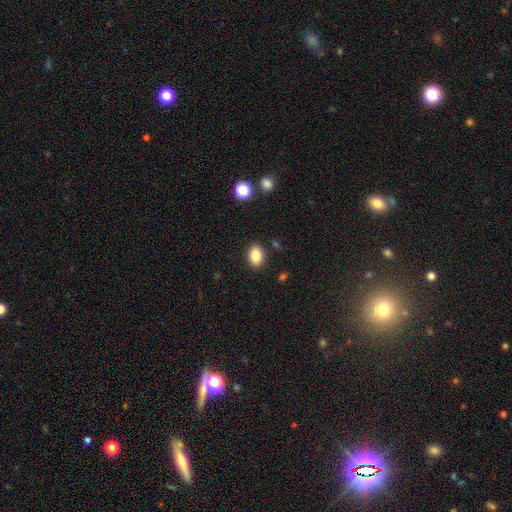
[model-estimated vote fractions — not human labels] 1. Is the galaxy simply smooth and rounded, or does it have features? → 86% smooth, 9% star or artifact, 5% featured or disk.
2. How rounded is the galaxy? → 77% in between, 21% round, 1% cigar-shaped.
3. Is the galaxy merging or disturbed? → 88% none, 8% minor disturbance, 2% major disturbance, 2% merger.